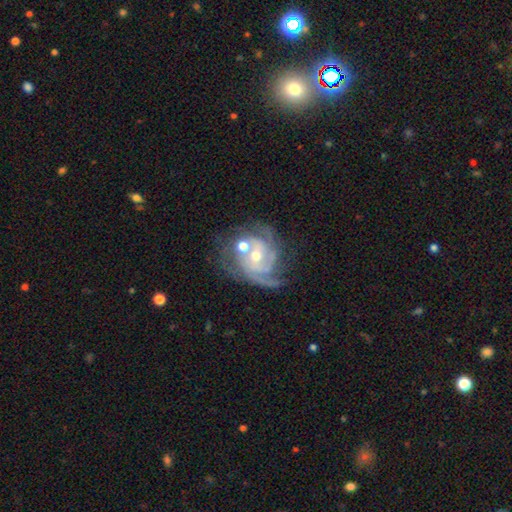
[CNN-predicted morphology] featured or disk 84%, smooth 9%, star or artifact 7%. Down the decision tree: edge-on disk — no (97%); bar — no (61%); spiral arms — yes (95%); spiral arm count — 3 (38%); spiral winding — tight (53%); bulge size — moderate (52%); merging — none (45%).